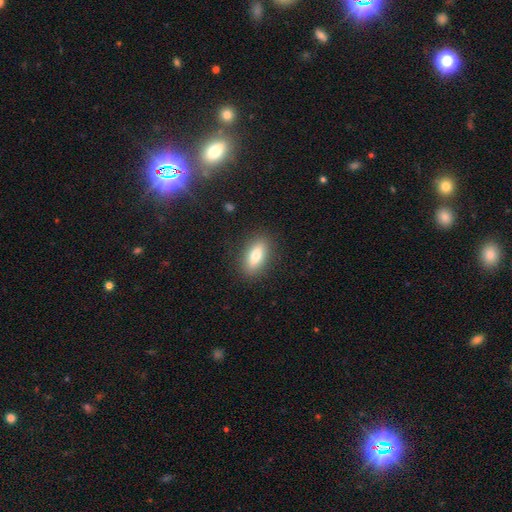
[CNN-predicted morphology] Q: Smooth or featured?
A: smooth (74%); runner-up: featured or disk (18%)
Q: How rounded?
A: in between (75%); runner-up: cigar-shaped (21%)
Q: Merging?
A: none (87%); runner-up: minor disturbance (9%)